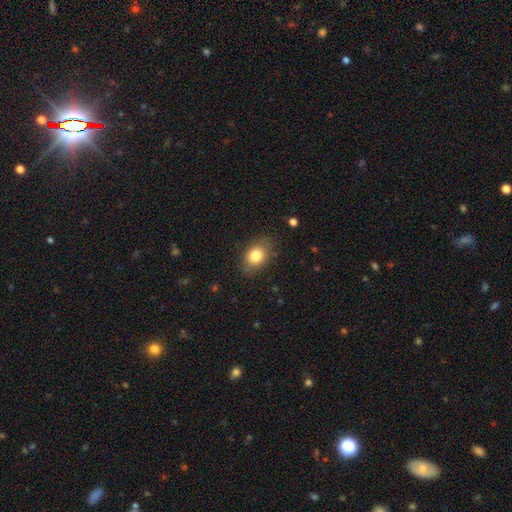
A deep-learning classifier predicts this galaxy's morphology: A smooth galaxy with no disk features (81%) that is in between round and cigar-shaped (66%).

Vote fractions:
- Smooth or featured? smooth: 81% / star or artifact: 9% / featured or disk: 9%
- How rounded? in between: 66% / round: 33% / cigar-shaped: 1%
- Merging? none: 80% / minor disturbance: 15% / major disturbance: 4% / merger: 1%